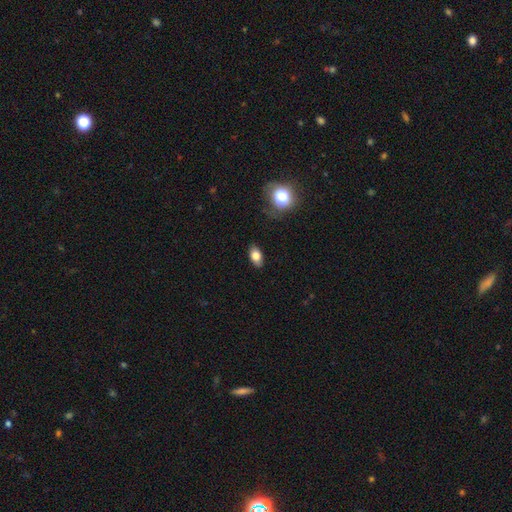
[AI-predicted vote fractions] This is likely a smooth galaxy (80%). How rounded: clearly in between (88%). Merging: clearly none (85%).